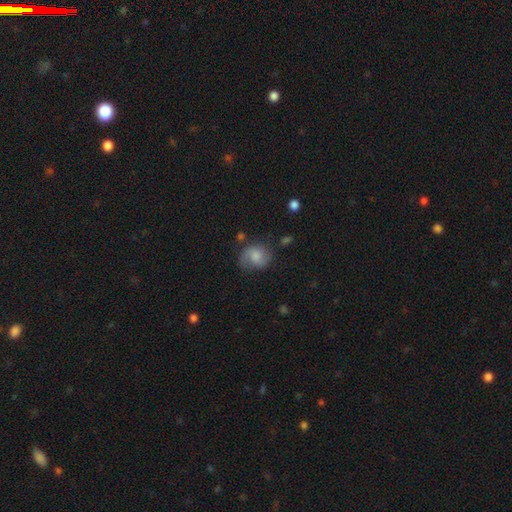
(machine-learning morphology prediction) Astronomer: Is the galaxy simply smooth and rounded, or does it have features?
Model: smooth — 52% (runner-up: featured or disk, 39%).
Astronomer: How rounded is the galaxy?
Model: round — 63%.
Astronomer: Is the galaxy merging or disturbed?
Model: none — 58%.